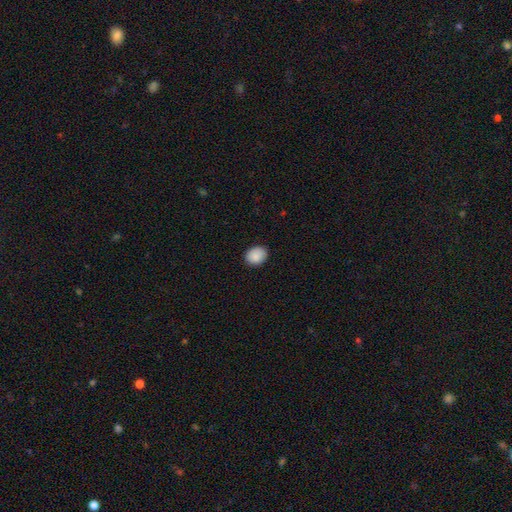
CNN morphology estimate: A smooth galaxy with no disk features (89%) that is round (57%). Merging: none (88%).